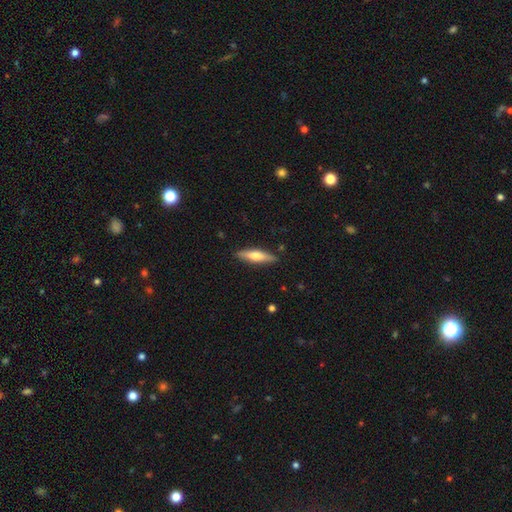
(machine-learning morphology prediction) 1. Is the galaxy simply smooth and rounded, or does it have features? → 53% smooth, 41% featured or disk, 6% star or artifact.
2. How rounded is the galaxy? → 73% cigar-shaped, 25% in between, 2% round.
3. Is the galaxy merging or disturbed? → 87% none, 9% minor disturbance, 2% major disturbance, 1% merger.